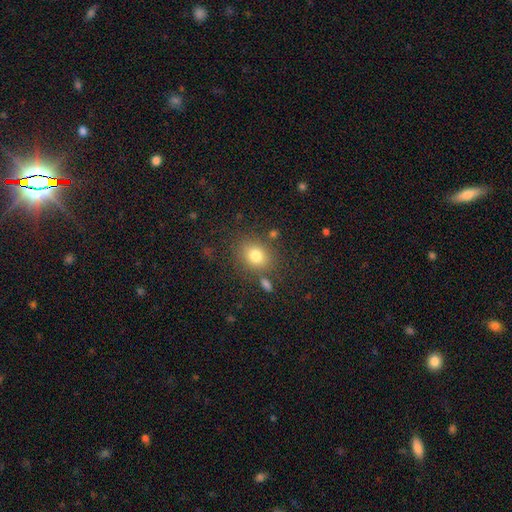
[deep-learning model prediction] Overall: smooth (79%). How rounded: round (58%; in between 41%). Merging: none (78%).